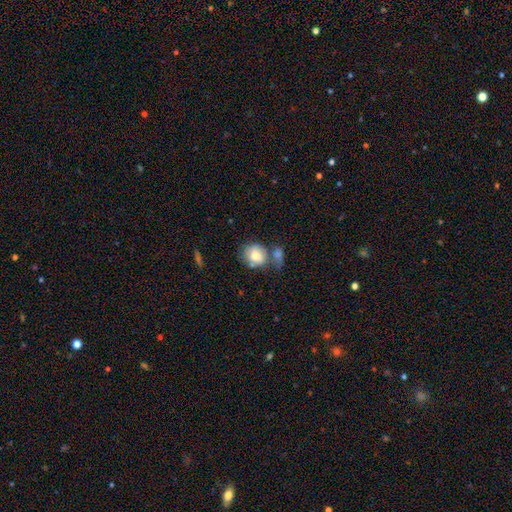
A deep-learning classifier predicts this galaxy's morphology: A smooth galaxy with no disk features (75%) that is round (66%). Merging: none (41%).